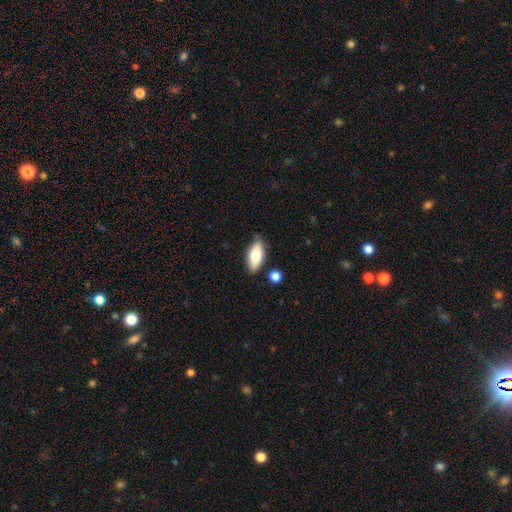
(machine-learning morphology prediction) type=smooth (75%); roundness=in between (85%); merging=none (81%).